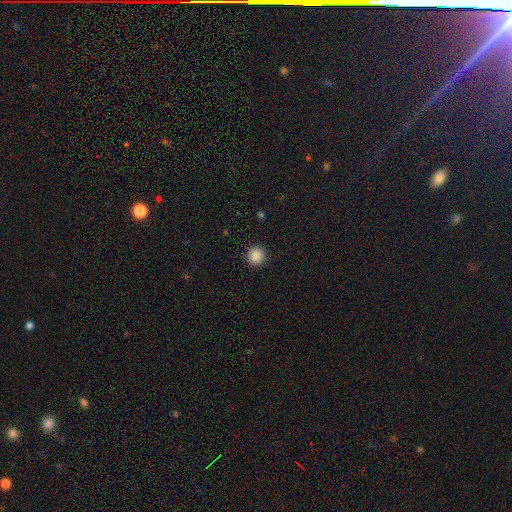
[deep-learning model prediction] Morphology: type=smooth (88%); roundness=round (93%); merging=none (92%).